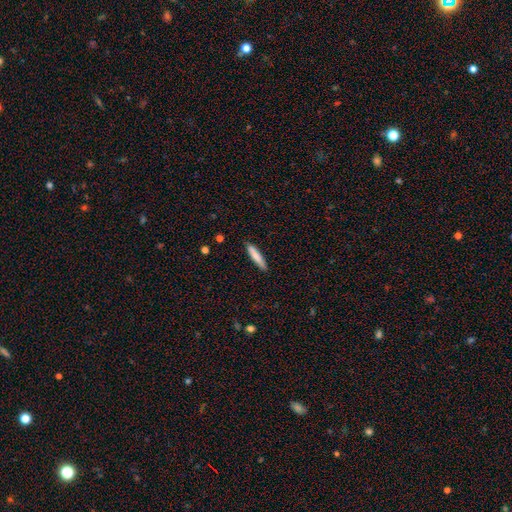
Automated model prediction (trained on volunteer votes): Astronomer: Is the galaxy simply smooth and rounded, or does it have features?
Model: smooth — 79%.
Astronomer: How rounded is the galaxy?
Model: cigar-shaped — 89%.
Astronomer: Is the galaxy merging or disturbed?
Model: none — 88%.